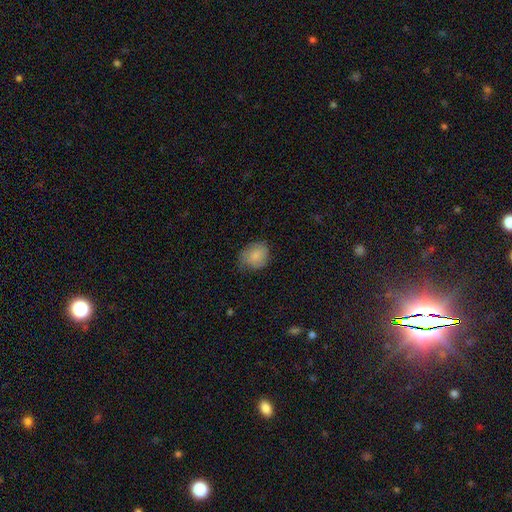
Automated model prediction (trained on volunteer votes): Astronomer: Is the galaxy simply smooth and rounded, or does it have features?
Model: smooth — 83%.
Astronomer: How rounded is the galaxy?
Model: round — 53% (runner-up: in between, 46%).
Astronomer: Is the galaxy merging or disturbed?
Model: none — 64%.